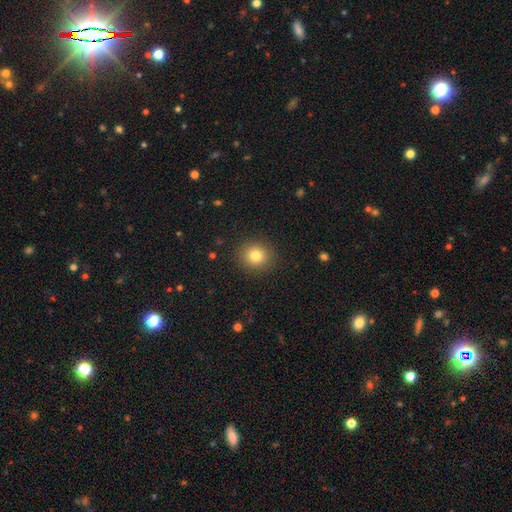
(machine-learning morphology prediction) Q: Smooth or featured?
A: smooth (80%); runner-up: star or artifact (12%)
Q: How rounded?
A: round (86%); runner-up: in between (13%)
Q: Merging?
A: none (90%); runner-up: minor disturbance (7%)